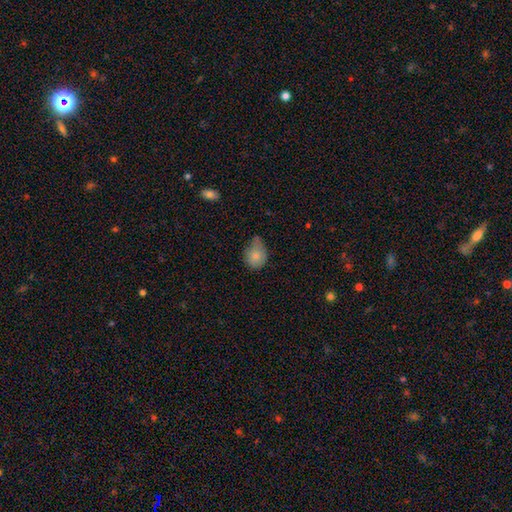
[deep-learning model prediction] smooth 78%, featured or disk 13%, star or artifact 9%. Down the decision tree: how rounded — in between (56%); merging — minor disturbance (48%).